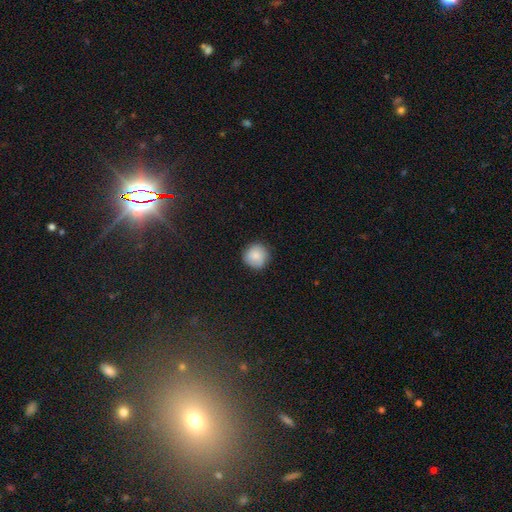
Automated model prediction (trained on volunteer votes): Overall: smooth (85%). How rounded: round (94%). Merging: none (86%).